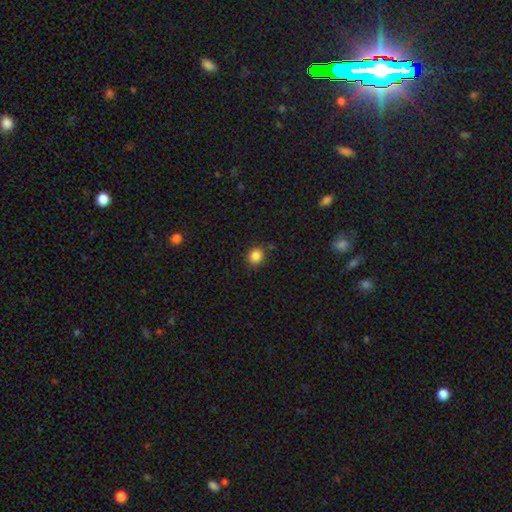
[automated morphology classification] A smooth galaxy with no disk features (85%) that is round (78%). Merging: none (80%).